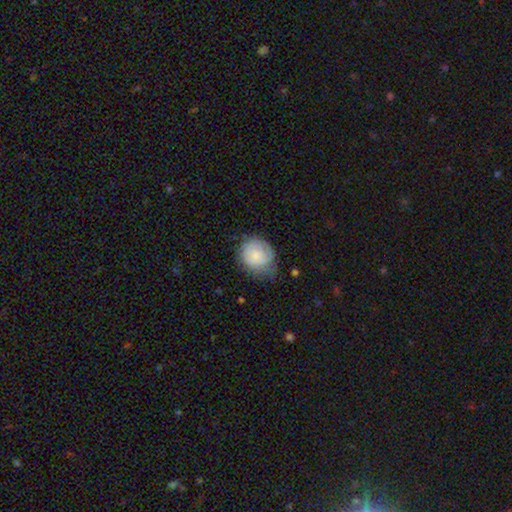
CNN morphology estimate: Smooth or featured? smooth (66%)
How rounded? round (70%)
Merging? none (48%)